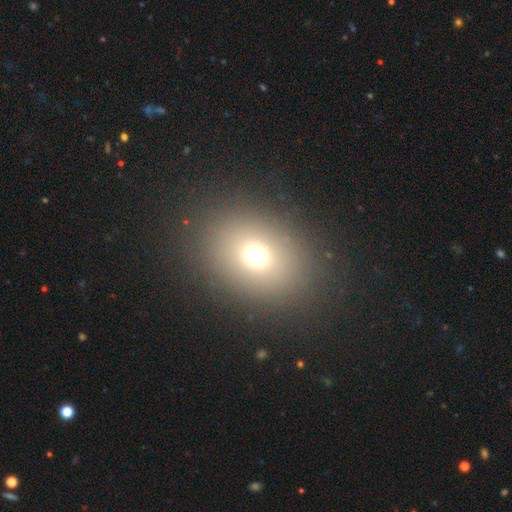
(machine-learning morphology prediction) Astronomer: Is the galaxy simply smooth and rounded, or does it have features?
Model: smooth — 70%.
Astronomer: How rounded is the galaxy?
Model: in between — 53% (runner-up: round, 46%).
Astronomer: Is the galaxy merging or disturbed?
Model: none — 87%.